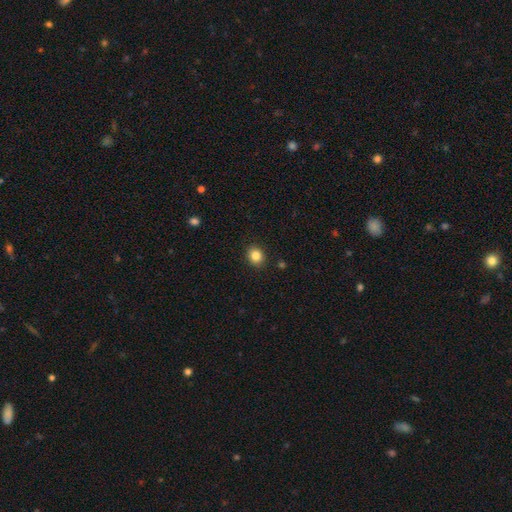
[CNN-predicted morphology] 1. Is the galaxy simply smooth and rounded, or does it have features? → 84% smooth, 11% star or artifact, 5% featured or disk.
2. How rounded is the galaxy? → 68% round, 31% in between, 1% cigar-shaped.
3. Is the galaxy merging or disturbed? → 89% none, 7% minor disturbance, 2% major disturbance, 1% merger.